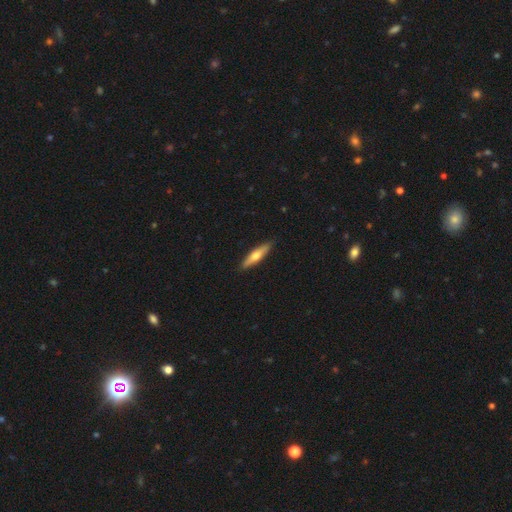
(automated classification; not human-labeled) A smooth galaxy with no disk features (51%) that is cigar-shaped (81%).

Vote fractions:
- Smooth or featured? smooth: 51% / featured or disk: 44% / star or artifact: 5%
- How rounded? cigar-shaped: 81% / in between: 17% / round: 2%
- Merging? none: 90% / minor disturbance: 8% / major disturbance: 1% / merger: 1%